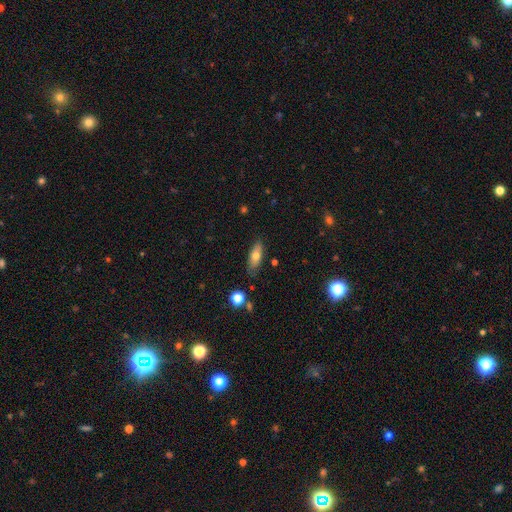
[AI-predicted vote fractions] The model was most divided on "how rounded": in between: 67%, cigar-shaped: 30%, round: 3%. More confident: merging — none (79%); smooth or featured — smooth (68%).